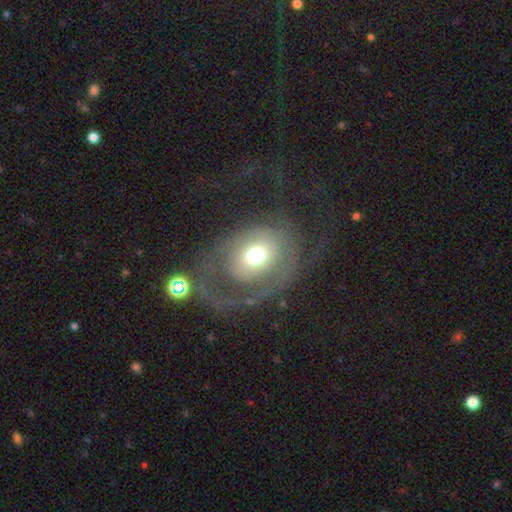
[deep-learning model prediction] Smooth or featured? Predicted: featured or disk (p=0.52). Edge-on disk? Predicted: no (p=0.96). Bar? Predicted: no (p=0.81). Spiral arms? Predicted: yes (p=0.60). Bulge size? Predicted: moderate (p=0.61). Merging? Predicted: major disturbance (p=0.41, tied with none).